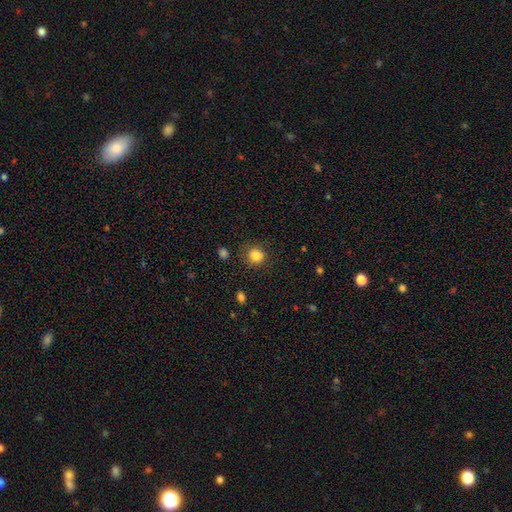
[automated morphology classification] type=smooth (84%); roundness=round (85%); merging=none (81%).